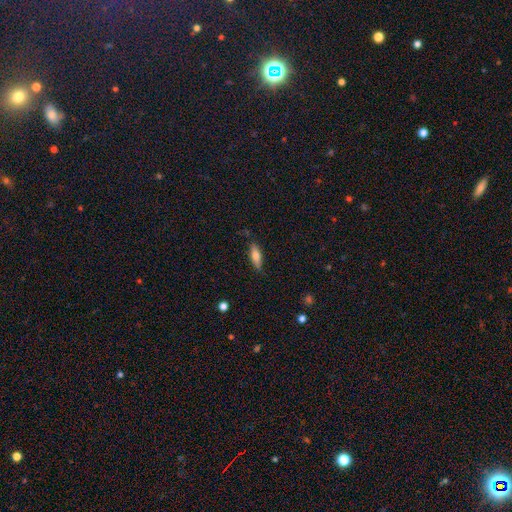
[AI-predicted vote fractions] smooth-or-featured: smooth: 72% | featured or disk: 21% | star or artifact: 7%
  how-rounded: in between: 52% | cigar-shaped: 46% | round: 2%
  merging: none: 82% | minor disturbance: 14% | major disturbance: 3% | merger: 2%